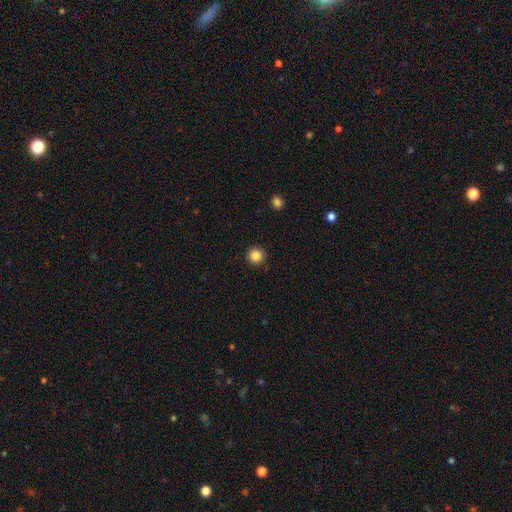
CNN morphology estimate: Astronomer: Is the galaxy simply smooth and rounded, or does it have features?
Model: smooth — 85%.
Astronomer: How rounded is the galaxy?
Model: round — 96%.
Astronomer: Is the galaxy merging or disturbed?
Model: none — 93%.